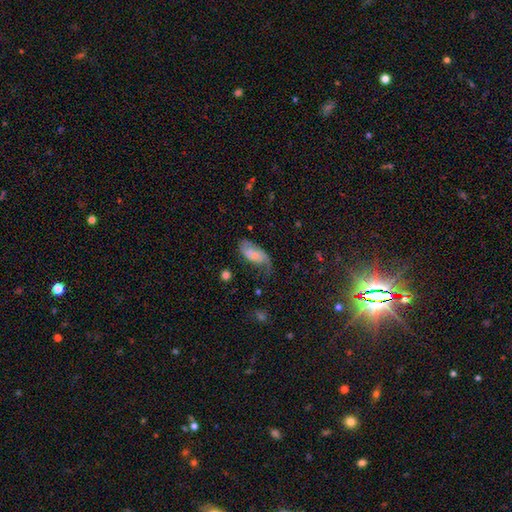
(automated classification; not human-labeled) A featured or disk galaxy (51%). Merging: none (43%).